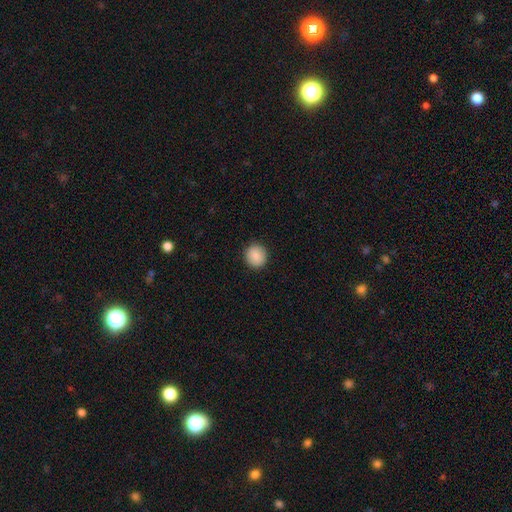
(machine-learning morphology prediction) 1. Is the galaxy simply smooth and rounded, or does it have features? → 88% smooth, 8% star or artifact, 4% featured or disk.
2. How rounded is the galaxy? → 87% round, 12% in between, 1% cigar-shaped.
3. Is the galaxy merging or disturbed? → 91% none, 6% minor disturbance, 2% major disturbance, 1% merger.